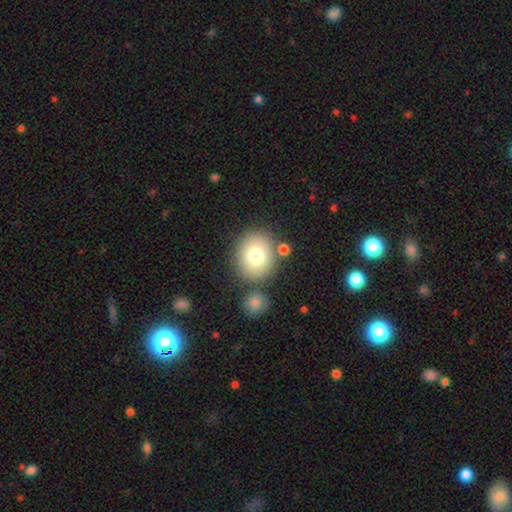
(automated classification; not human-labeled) Smooth or featured? Predicted: smooth (p=0.76). How rounded? Predicted: round (p=0.78). Merging? Predicted: none (p=0.74).